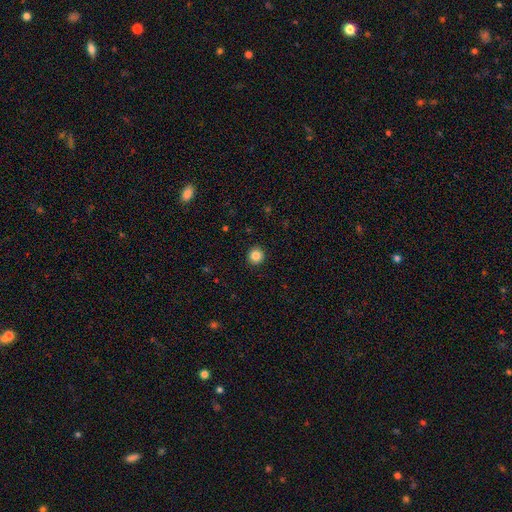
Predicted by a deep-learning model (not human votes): Q: Smooth or featured?
A: smooth (86%); runner-up: star or artifact (10%)
Q: How rounded?
A: round (94%); runner-up: in between (5%)
Q: Merging?
A: none (93%); runner-up: minor disturbance (5%)